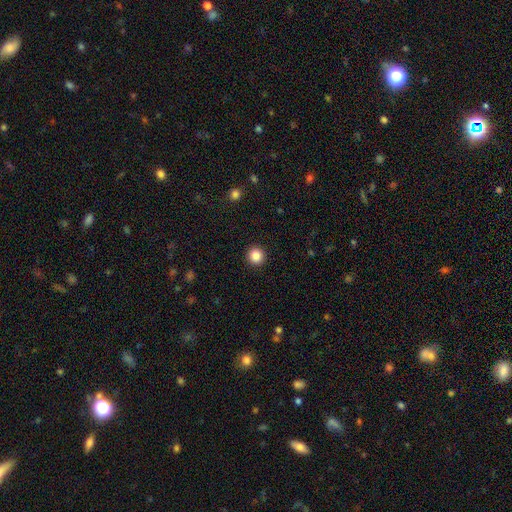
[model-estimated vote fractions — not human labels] Smooth or featured? smooth (86%)
How rounded? round (94%)
Merging? none (93%)